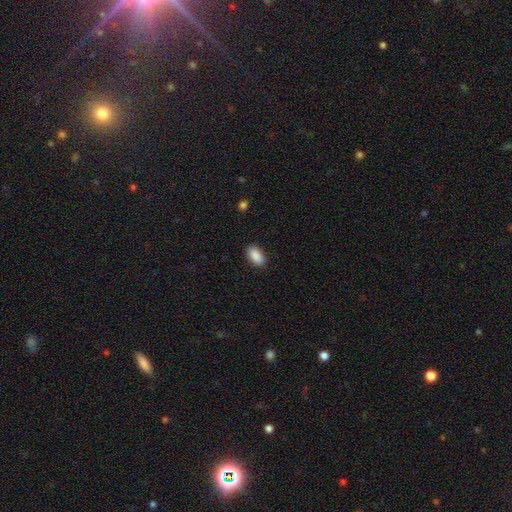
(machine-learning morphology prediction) Smooth or featured: smooth — 90% (star or artifact — 7%)
How rounded: in between — 94% (round — 3%)
Merging: none — 88% (minor disturbance — 9%)